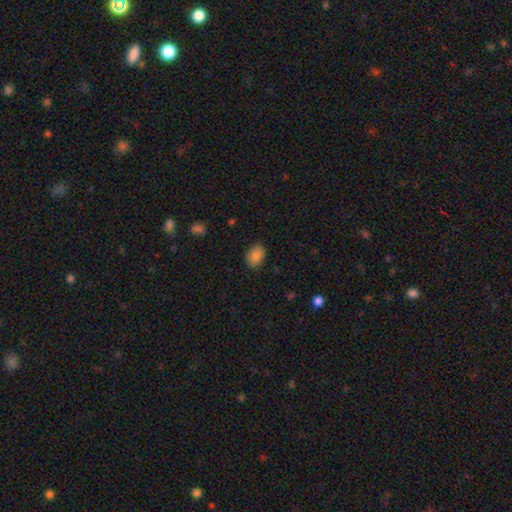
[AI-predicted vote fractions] smooth 82%, featured or disk 10%, star or artifact 8%. Down the decision tree: how rounded — in between (81%); merging — none (85%).